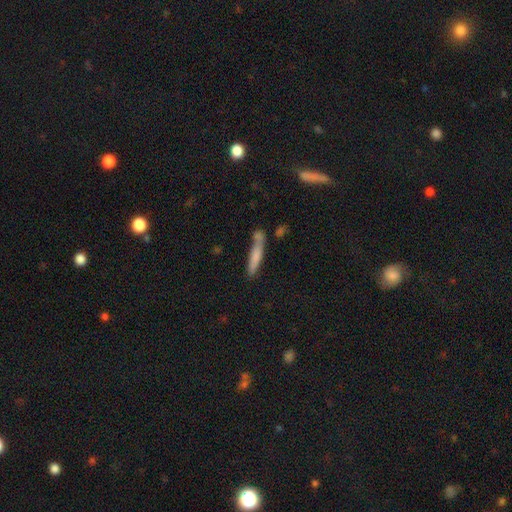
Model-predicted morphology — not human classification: smooth 67%, featured or disk 25%, star or artifact 8%. Down the decision tree: how rounded — cigar-shaped (91%); merging — none (59%).